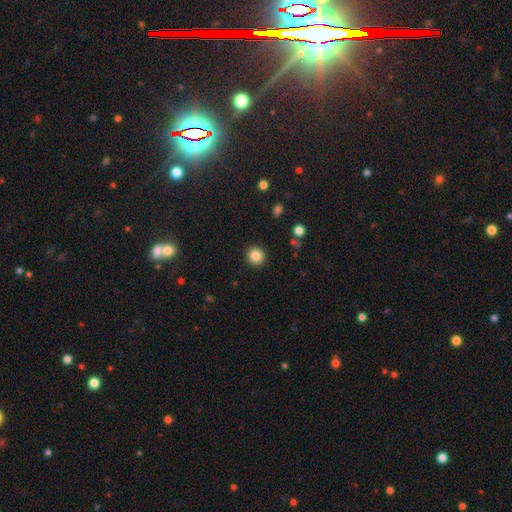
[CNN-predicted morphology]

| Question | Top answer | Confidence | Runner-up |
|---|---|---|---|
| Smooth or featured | smooth | 85% | star or artifact (10%) |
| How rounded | round | 93% | in between (6%) |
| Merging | none | 92% | minor disturbance (5%) |